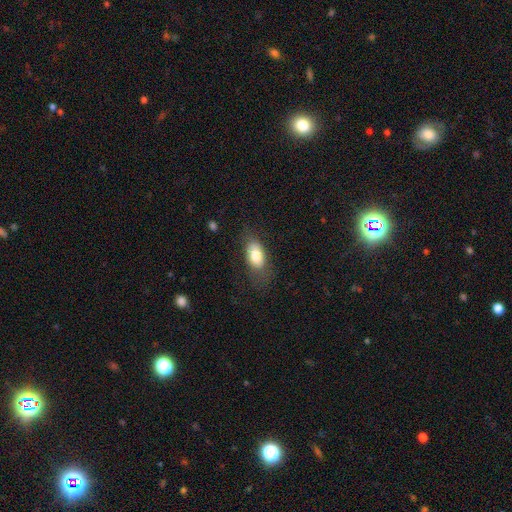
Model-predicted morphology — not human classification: Overall: smooth (79%). How rounded: in between (89%). Merging: none (66%).